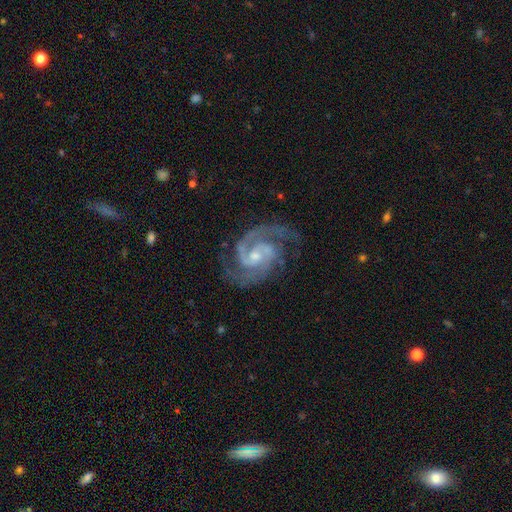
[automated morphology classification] Q: Smooth or featured?
A: featured or disk (93%); runner-up: star or artifact (4%)
Q: Edge-on disk?
A: no (98%); runner-up: yes (2%)
Q: Bar?
A: no (52%); runner-up: weak (39%)
Q: Spiral arms?
A: yes (99%); runner-up: no (1%)
Q: Spiral winding?
A: medium (50%); runner-up: tight (44%)
Q: Spiral arm count?
A: 2 (76%); runner-up: 3 (14%)
Q: Bulge size?
A: small (50%); runner-up: moderate (43%)
Q: Merging?
A: none (74%); runner-up: minor disturbance (17%)